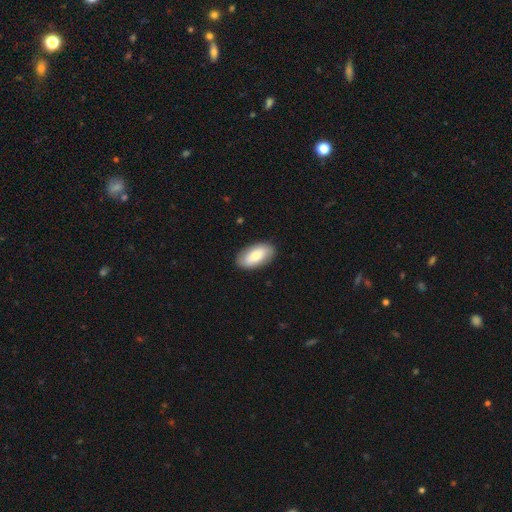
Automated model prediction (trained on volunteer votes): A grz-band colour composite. It shows a smooth galaxy with no disk features (75%) that is in between round and cigar-shaped (94%). Merging: none (87%).